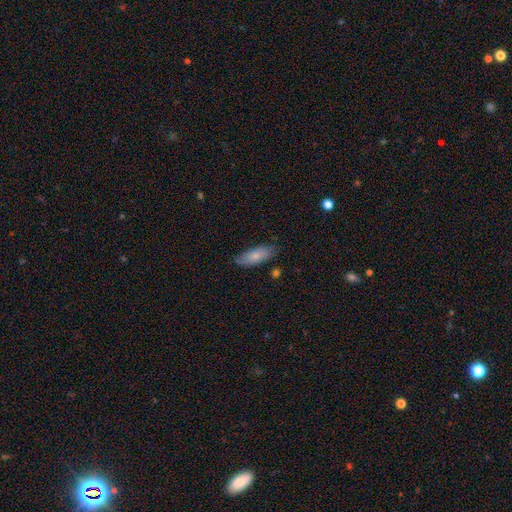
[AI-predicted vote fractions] smooth_or_featured: smooth (p=0.76) [alt: featured or disk p=0.18]
how_rounded: in between (p=0.73) [alt: cigar-shaped p=0.25]
merging: none (p=0.77) [alt: minor disturbance p=0.18]